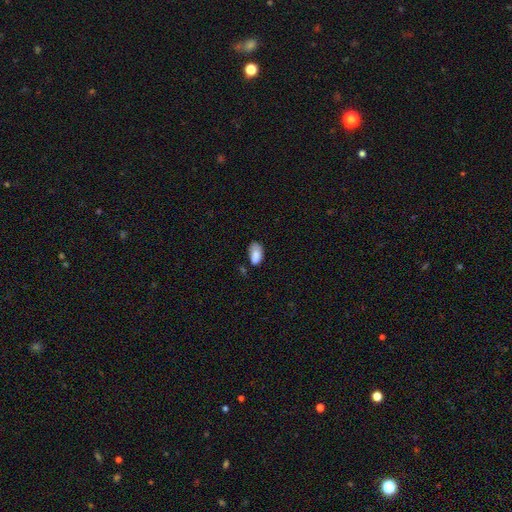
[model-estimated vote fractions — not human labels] This is clearly a smooth galaxy (80%). How rounded: clearly in between (92%). Merging: marginally none (38%).